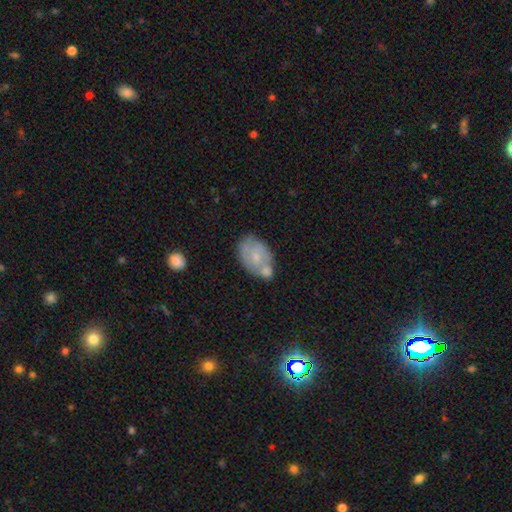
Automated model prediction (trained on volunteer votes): smooth-or-featured: smooth: 48% | featured or disk: 44% | star or artifact: 7%
  merging: none: 38% | merger: 33% | minor disturbance: 22% | major disturbance: 7%